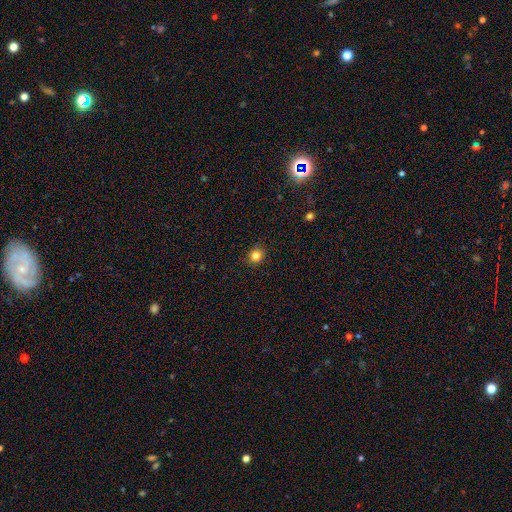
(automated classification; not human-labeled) Smooth or featured: smooth — 84% (star or artifact — 12%)
How rounded: round — 75% (in between — 24%)
Merging: none — 88% (minor disturbance — 9%)